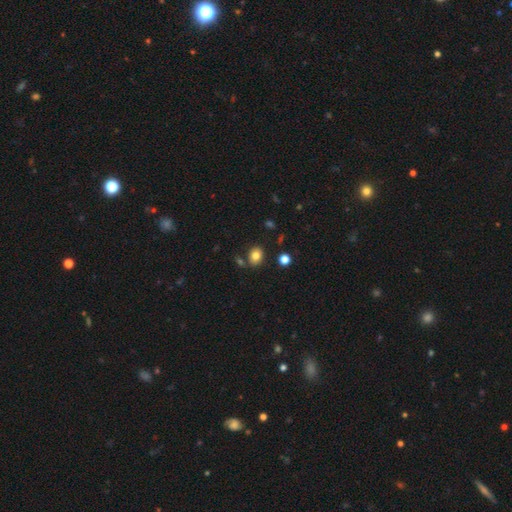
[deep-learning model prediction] smooth_or_featured: smooth (p=0.82) [alt: star or artifact p=0.11]
how_rounded: round (p=0.50) [alt: in between p=0.49]
merging: none (p=0.80) [alt: minor disturbance p=0.10]